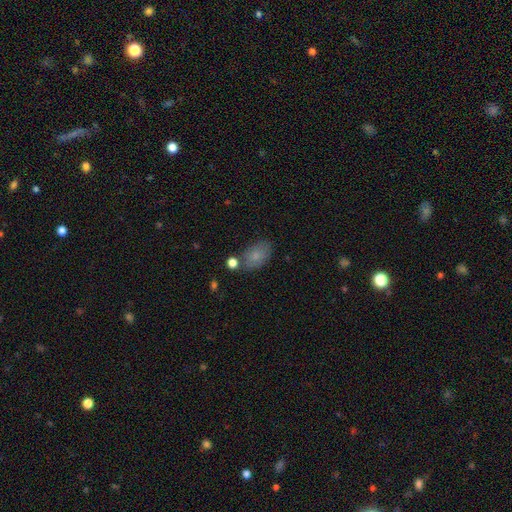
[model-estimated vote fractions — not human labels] Smooth or featured? smooth (80%)
How rounded? in between (89%)
Merging? none (71%)